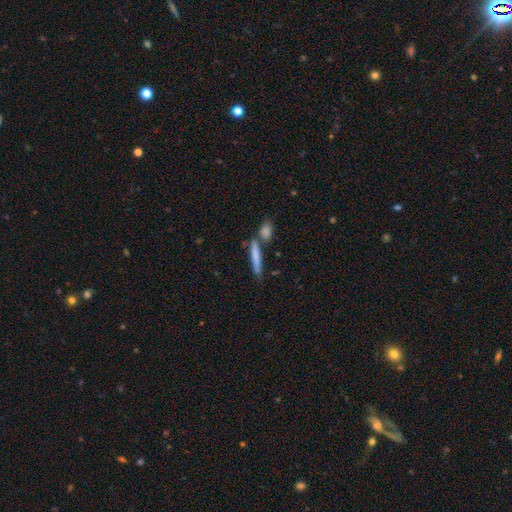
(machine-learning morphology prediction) This appears to be a smooth galaxy with no disk features (72%) that is cigar-shaped (89%). Merging: none (63%).